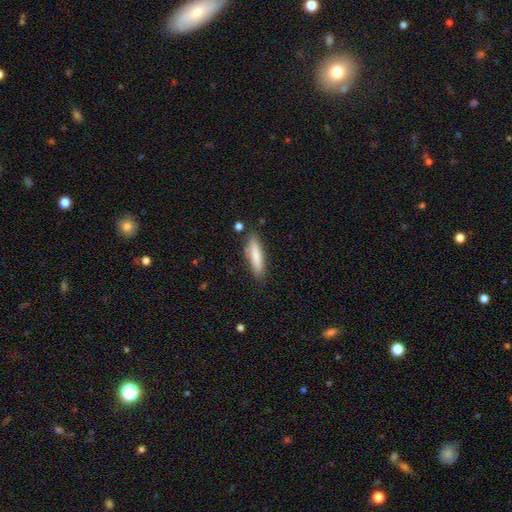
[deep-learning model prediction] Smooth or featured: smooth — 80% (featured or disk — 14%)
How rounded: cigar-shaped — 75% (in between — 24%)
Merging: none — 82% (minor disturbance — 12%)